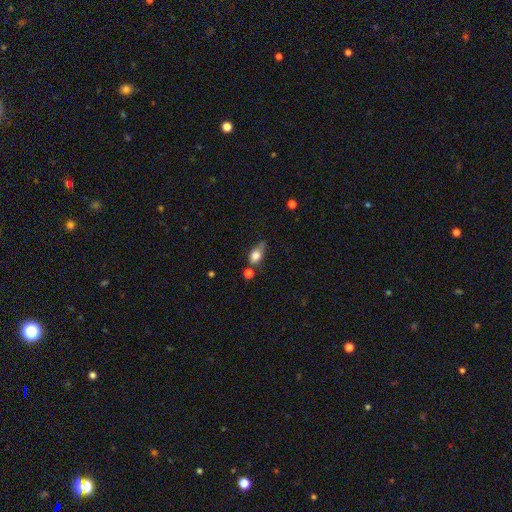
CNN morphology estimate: A smooth galaxy with no disk features (77%) that is in between round and cigar-shaped (77%).

Vote fractions:
- Smooth or featured? smooth: 77% / featured or disk: 14% / star or artifact: 9%
- How rounded? in between: 77% / round: 17% / cigar-shaped: 5%
- Merging? none: 45% / minor disturbance: 30% / merger: 14% / major disturbance: 11%